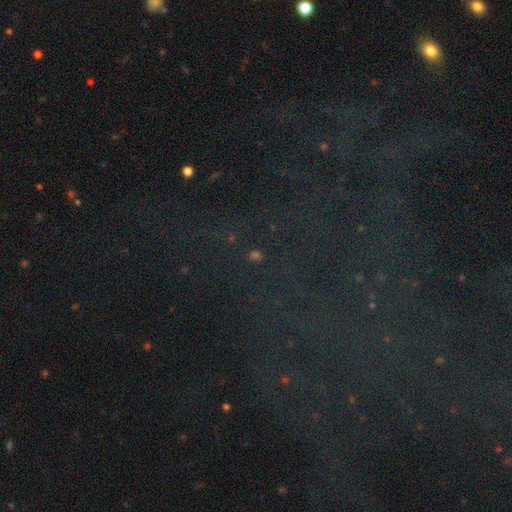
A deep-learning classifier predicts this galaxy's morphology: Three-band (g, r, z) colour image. It shows a star or artifact, not a galaxy (81%).